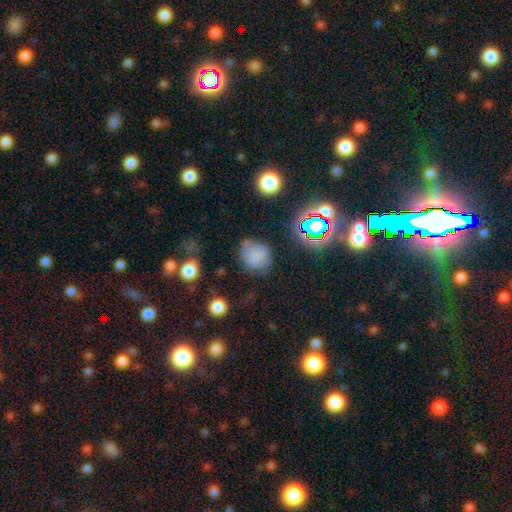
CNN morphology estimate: Q: Smooth or featured?
A: smooth (67%); runner-up: featured or disk (17%)
Q: How rounded?
A: round (62%); runner-up: in between (36%)
Q: Merging?
A: none (51%); runner-up: minor disturbance (29%)